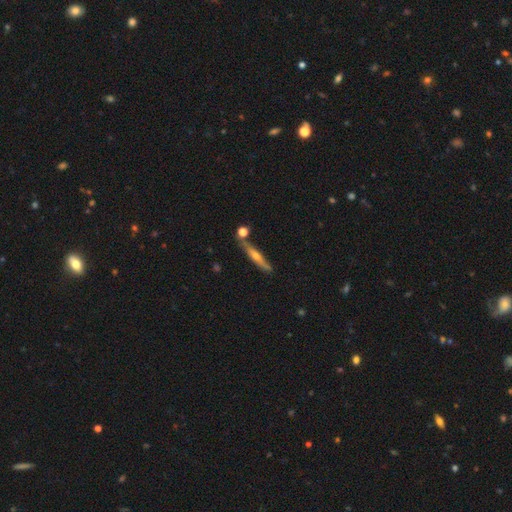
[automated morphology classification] Overall: featured or disk (64%; smooth 28%). Edge-on disk: yes (94%). Edge-on bulge: rounded (84%). Merging: none (80%).